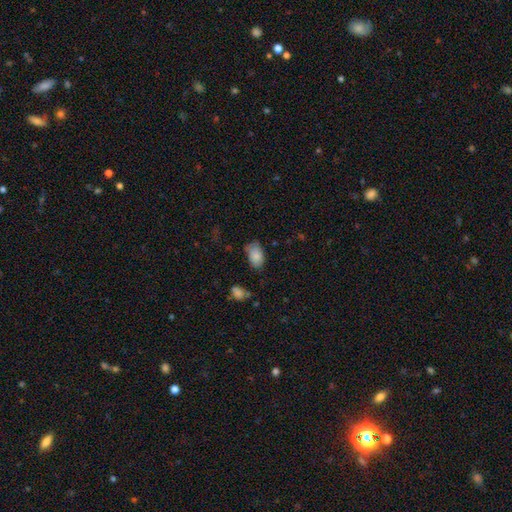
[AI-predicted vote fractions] Smooth or featured? smooth (85%)
How rounded? in between (91%)
Merging? none (63%)